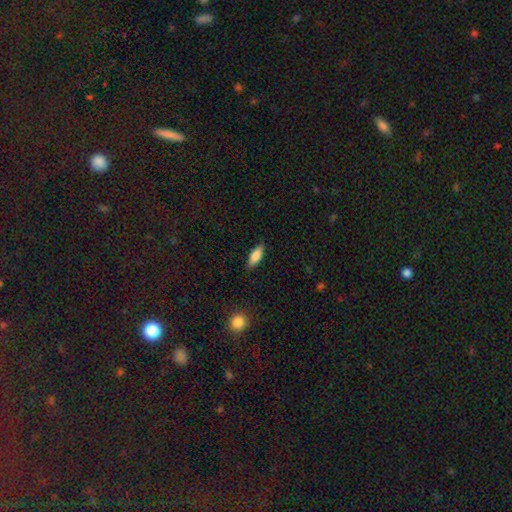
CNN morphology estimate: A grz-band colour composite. It shows a smooth galaxy with no disk features (85%) that is in between round and cigar-shaped (70%). Merging: none (84%).